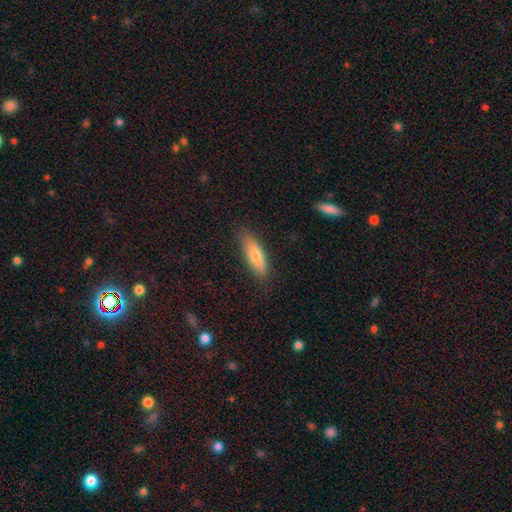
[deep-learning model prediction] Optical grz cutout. It shows a smooth galaxy with no disk features (73%) that is cigar-shaped (58%). Merging: none (84%).